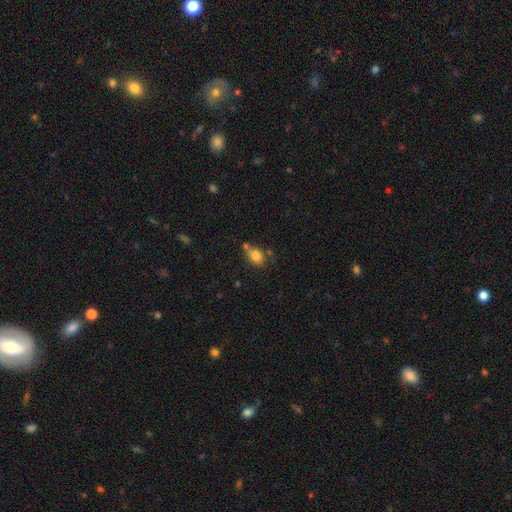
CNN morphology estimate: Overall: smooth (80%). How rounded: in between (71%). Merging: none (51%; merger 21%).